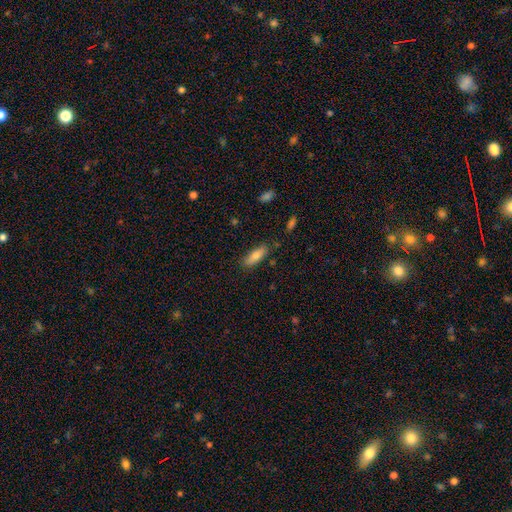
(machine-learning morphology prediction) smooth 77%, featured or disk 16%, star or artifact 7%. Down the decision tree: how rounded — in between (57%); merging — none (81%).